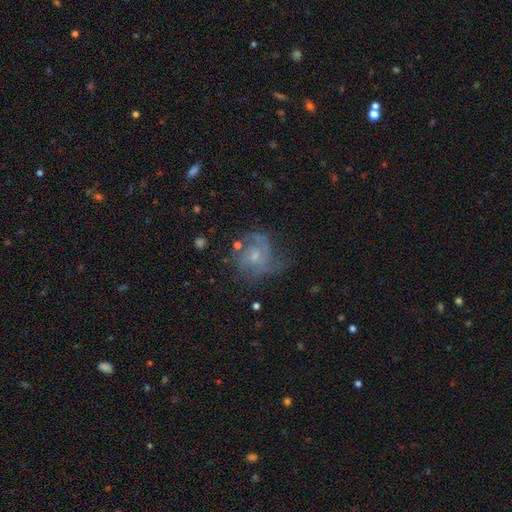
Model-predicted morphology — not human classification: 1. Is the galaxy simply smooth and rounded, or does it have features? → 78% featured or disk, 13% smooth, 9% star or artifact.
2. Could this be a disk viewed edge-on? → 98% no, 2% yes.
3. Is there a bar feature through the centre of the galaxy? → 58% no, 36% weak, 5% strong.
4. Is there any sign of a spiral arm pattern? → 91% yes, 9% no.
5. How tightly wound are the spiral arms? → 45% medium, 39% tight, 16% loose.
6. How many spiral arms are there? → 34% 2, 26% 3, 24% can't tell, 6% 1, 6% 4, 4% more than 4.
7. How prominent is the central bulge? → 55% small, 32% moderate, 10% none, 2% large, 1% dominant.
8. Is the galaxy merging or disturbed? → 58% none, 21% minor disturbance, 18% major disturbance, 3% merger.